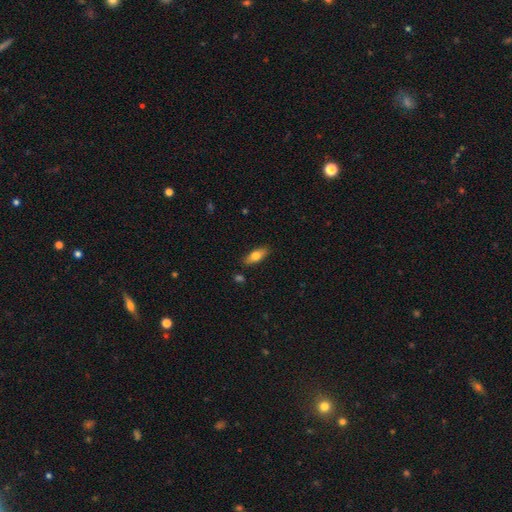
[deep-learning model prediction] Morphology: type=smooth (68%); roundness=in between (70%); merging=none (86%).